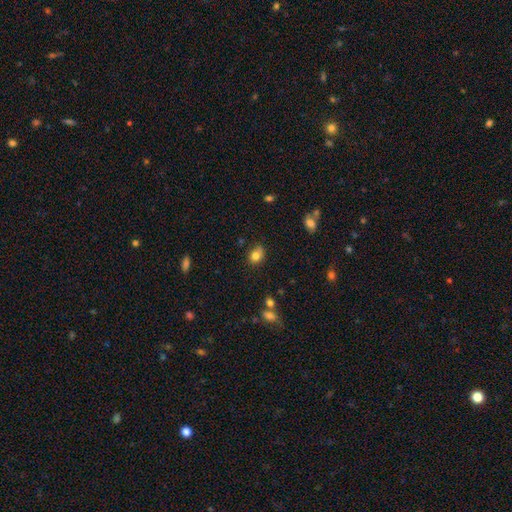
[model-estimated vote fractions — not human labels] smooth-or-featured: smooth: 80% | star or artifact: 12% | featured or disk: 9%
  how-rounded: round: 58% | in between: 41% | cigar-shaped: 1%
  merging: none: 62% | minor disturbance: 26% | major disturbance: 7% | merger: 6%